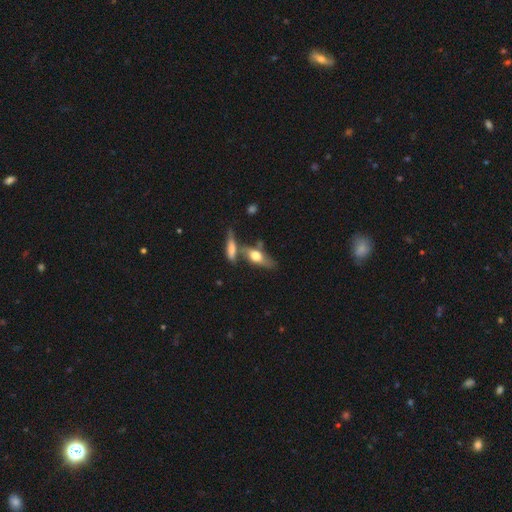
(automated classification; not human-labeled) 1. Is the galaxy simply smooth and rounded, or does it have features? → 52% smooth, 40% featured or disk, 8% star or artifact.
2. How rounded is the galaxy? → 61% in between, 34% cigar-shaped, 5% round.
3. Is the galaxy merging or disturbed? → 45% none, 33% merger, 15% minor disturbance, 7% major disturbance.